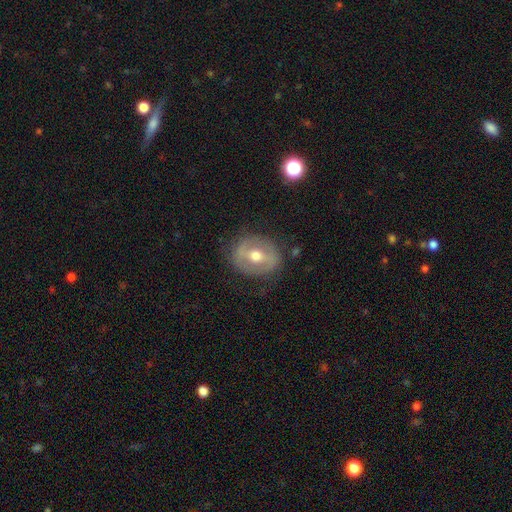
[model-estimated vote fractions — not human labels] smooth_or_featured: featured or disk (p=0.60) [alt: smooth p=0.33]
disk_edge_on: no (p=0.94) [alt: yes p=0.06]
bar: weak (p=0.38) [alt: strong p=0.35]
has_spiral_arms: no (p=0.68) [alt: yes p=0.32]
bulge_size: moderate (p=0.77) [alt: small p=0.15]
merging: none (p=0.80) [alt: minor disturbance p=0.14]